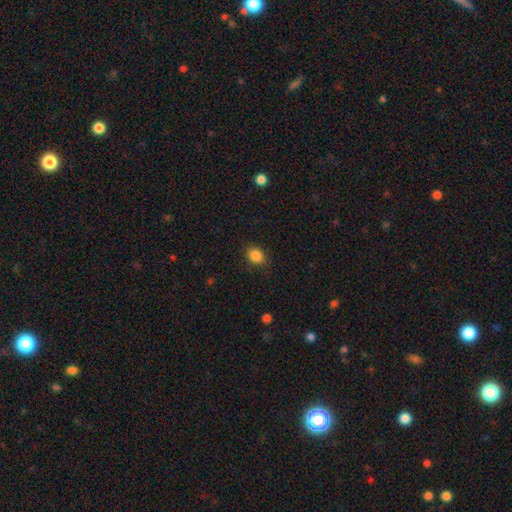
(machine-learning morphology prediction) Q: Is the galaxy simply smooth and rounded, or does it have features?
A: smooth — 86%.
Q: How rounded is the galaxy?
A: in between — 54%.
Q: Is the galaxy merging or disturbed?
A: none — 85%.